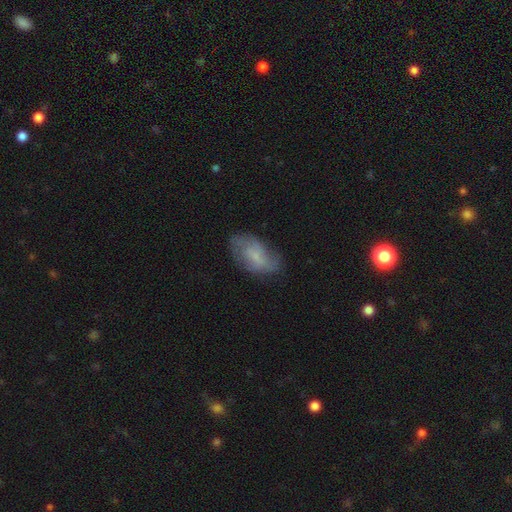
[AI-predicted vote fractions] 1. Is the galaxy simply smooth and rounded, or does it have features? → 49% smooth, 43% featured or disk, 8% star or artifact.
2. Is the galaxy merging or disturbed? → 60% none, 26% minor disturbance, 12% major disturbance, 2% merger.